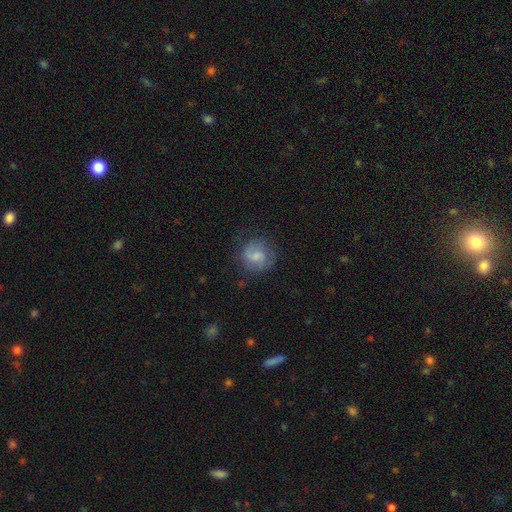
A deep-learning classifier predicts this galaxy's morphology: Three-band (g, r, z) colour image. It shows a smooth galaxy with no disk features (55%) that is round (84%). Merging: none (67%).